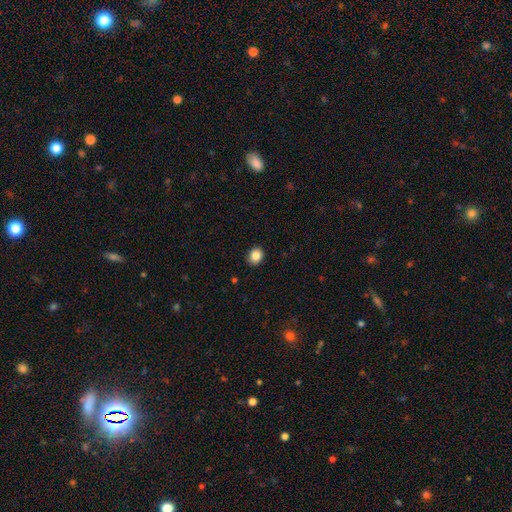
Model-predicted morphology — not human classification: The model was most divided on "how rounded": round: 54%, in between: 45%, cigar-shaped: 1%. More confident: merging — none (91%); smooth or featured — smooth (86%).